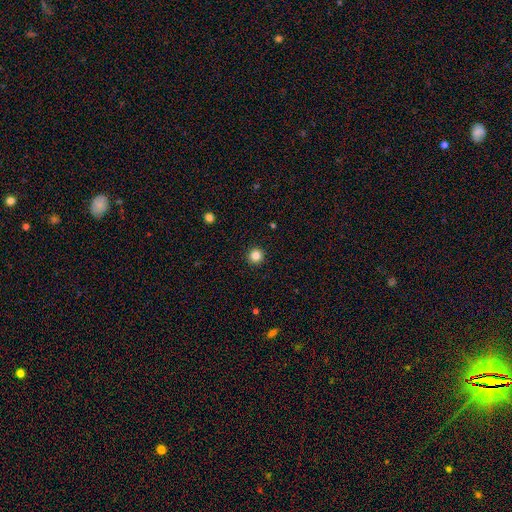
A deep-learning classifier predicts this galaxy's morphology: smooth-or-featured: smooth: 85% | star or artifact: 11% | featured or disk: 4%
  how-rounded: round: 96% | in between: 3% | cigar-shaped: 1%
  merging: none: 93% | minor disturbance: 4% | major disturbance: 2% | merger: 1%